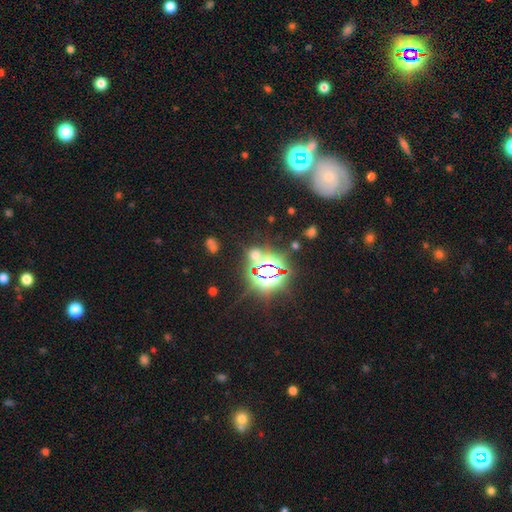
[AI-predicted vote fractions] Morphology: type=star or artifact (74%).